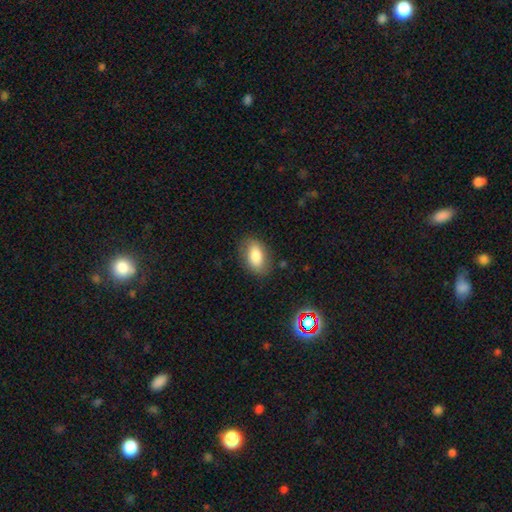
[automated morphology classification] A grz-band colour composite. It shows a smooth galaxy with no disk features (80%) that is in between round and cigar-shaped (89%). Merging: none (81%).